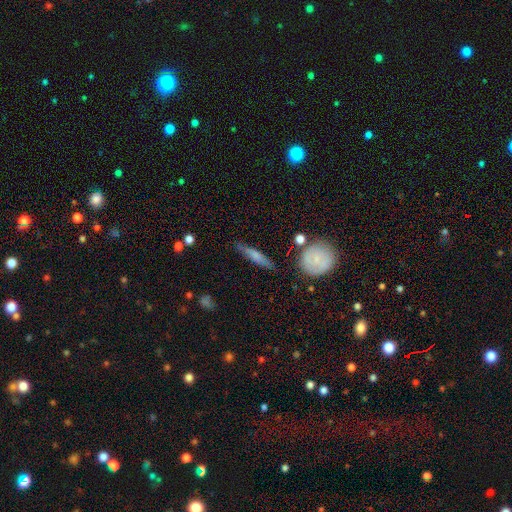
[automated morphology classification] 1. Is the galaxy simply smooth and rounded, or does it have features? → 55% smooth, 38% featured or disk, 7% star or artifact.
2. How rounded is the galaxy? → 83% cigar-shaped, 14% in between, 4% round.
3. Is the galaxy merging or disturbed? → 77% none, 16% minor disturbance, 4% major disturbance, 4% merger.